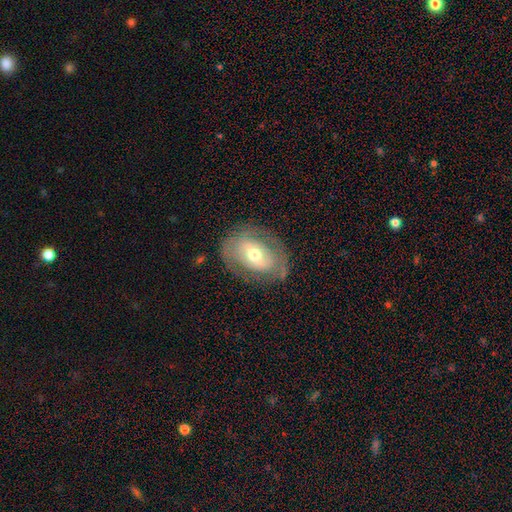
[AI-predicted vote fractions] Smooth or featured?
  - featured or disk: 61% *
  - smooth: 32%
  - star or artifact: 7%
Edge-on disk?
  - no: 93% *
  - yes: 7%
Bar?
  - no: 40% *
  - weak: 36%
  - strong: 24%
Spiral arms?
  - yes: 52% *
  - no: 48%
Bulge size?
  - moderate: 65% *
  - small: 26%
  - large: 7%
  - dominant: 1%
  - none: 1%
Merging?
  - none: 73% *
  - minor disturbance: 17%
  - major disturbance: 9%
  - merger: 1%